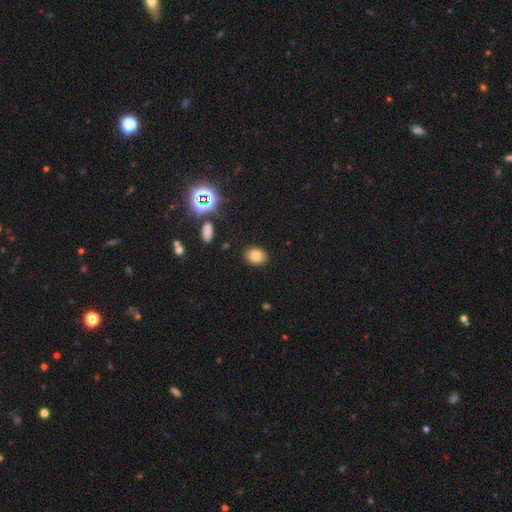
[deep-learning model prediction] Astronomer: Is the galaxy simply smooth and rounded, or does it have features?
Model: smooth — 79%.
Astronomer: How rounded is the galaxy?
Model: in between — 62%.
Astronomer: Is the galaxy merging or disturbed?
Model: none — 88%.